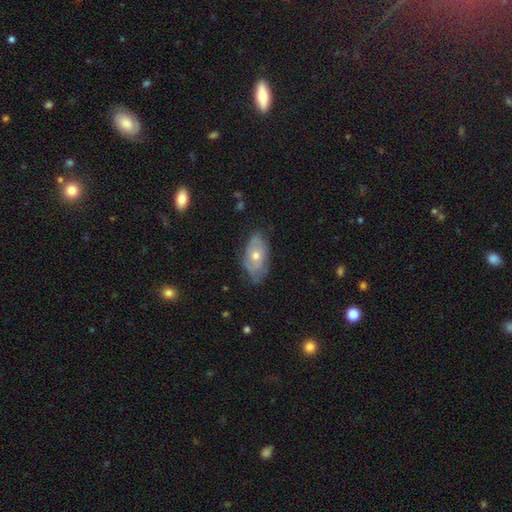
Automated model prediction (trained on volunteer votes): featured or disk 55%, smooth 37%, star or artifact 7%. Down the decision tree: edge-on disk — no (88%); merging — none (67%).